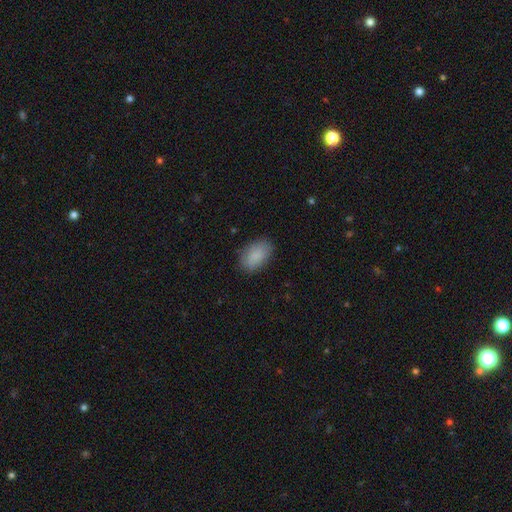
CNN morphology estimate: Q: Smooth or featured?
A: smooth (88%); runner-up: star or artifact (7%)
Q: How rounded?
A: in between (92%); runner-up: round (7%)
Q: Merging?
A: none (82%); runner-up: minor disturbance (14%)